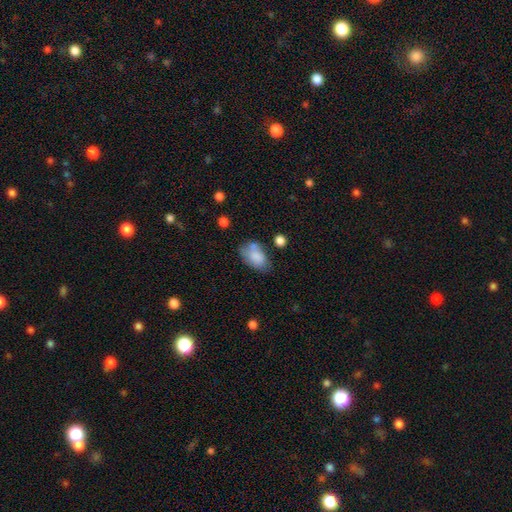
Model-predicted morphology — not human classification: Smooth or featured? smooth (77%)
How rounded? in between (89%)
Merging? none (45%)